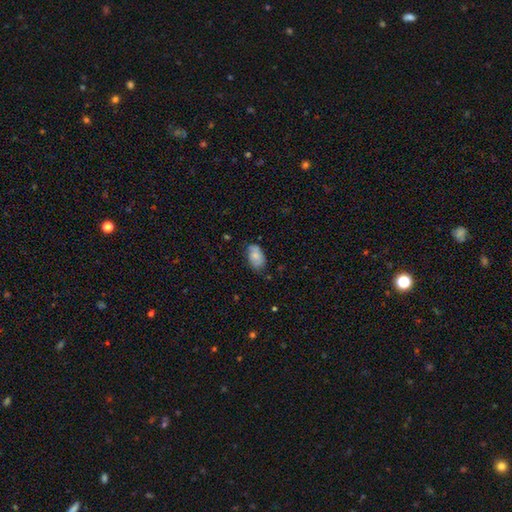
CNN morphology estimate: The model was most divided on "merging": none: 66%, minor disturbance: 27%, major disturbance: 5%, merger: 2%. More confident: how rounded — in between (92%); smooth or featured — smooth (78%).